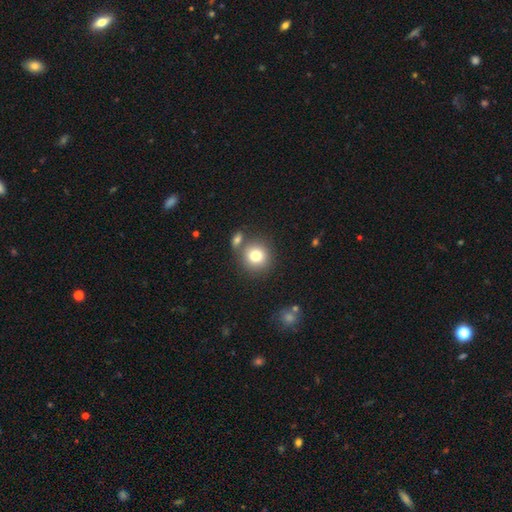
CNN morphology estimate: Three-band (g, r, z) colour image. It shows a smooth galaxy with no disk features (78%) that is round (89%). Merging: none (70%).